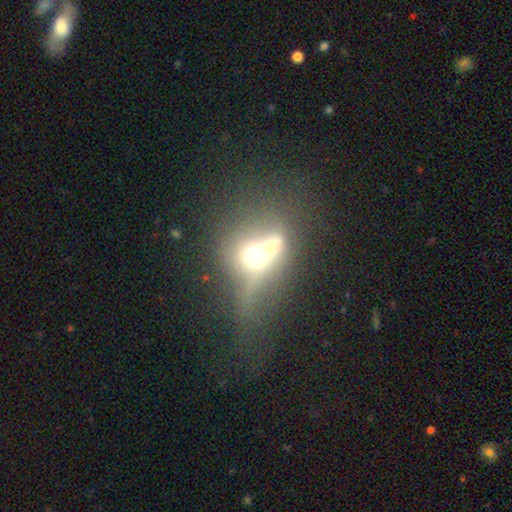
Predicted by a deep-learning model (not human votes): The model was most divided on "smooth or featured": smooth: 49%, featured or disk: 37%, star or artifact: 15%. More confident: merging — merger (62%).